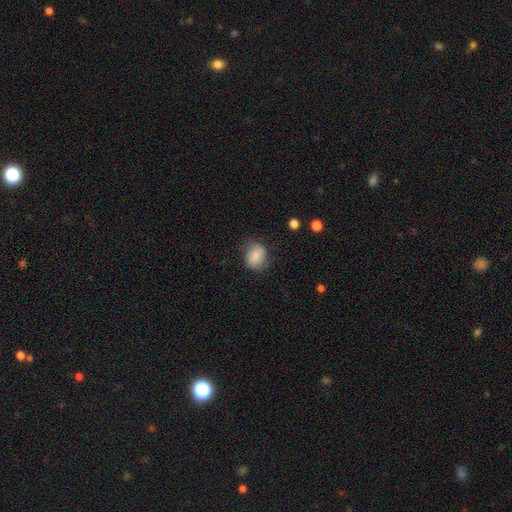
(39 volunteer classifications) smooth_or_featured: smooth (p=0.72) [alt: featured or disk p=0.23]
how_rounded: round (p=0.54) [alt: in between p=0.46]
merging: none (p=0.68) [alt: minor disturbance p=0.22]